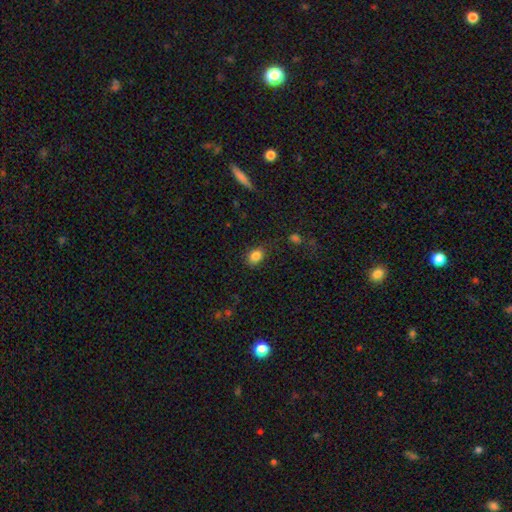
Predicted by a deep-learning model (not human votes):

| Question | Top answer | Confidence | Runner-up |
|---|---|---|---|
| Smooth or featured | smooth | 84% | star or artifact (10%) |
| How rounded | in between | 64% | round (35%) |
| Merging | none | 79% | minor disturbance (15%) |